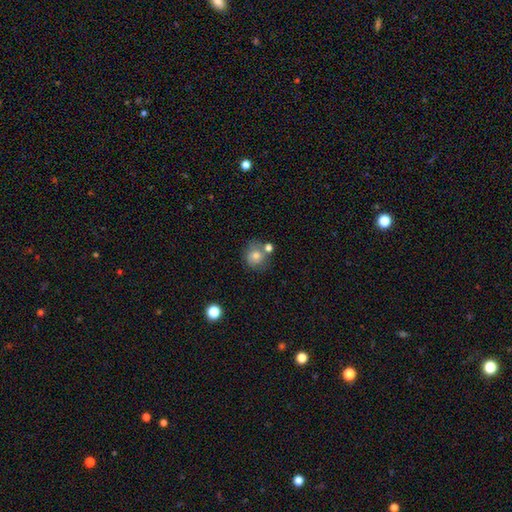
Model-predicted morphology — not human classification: type=smooth (74%); roundness=round (83%); merging=none (55%).